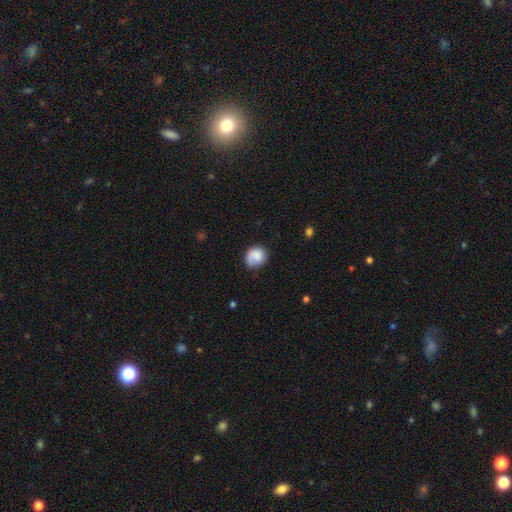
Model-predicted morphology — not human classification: Smooth or featured?
  - smooth: 81% *
  - featured or disk: 12%
  - star or artifact: 7%
How rounded?
  - round: 70% *
  - in between: 29%
  - cigar-shaped: 1%
Merging?
  - none: 63% *
  - minor disturbance: 26%
  - major disturbance: 9%
  - merger: 2%